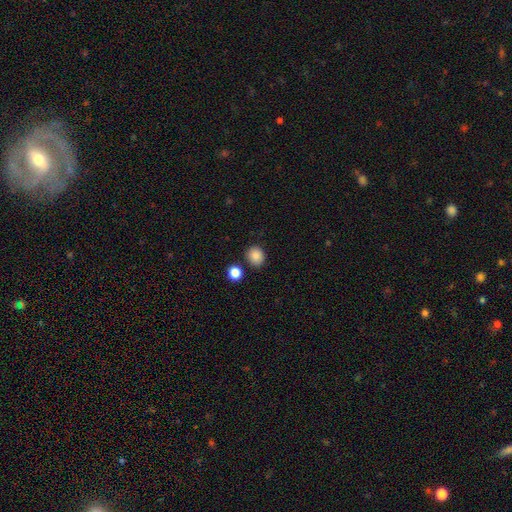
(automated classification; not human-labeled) This appears to be a smooth galaxy with no disk features (86%) that is round (80%). Merging: none (84%).